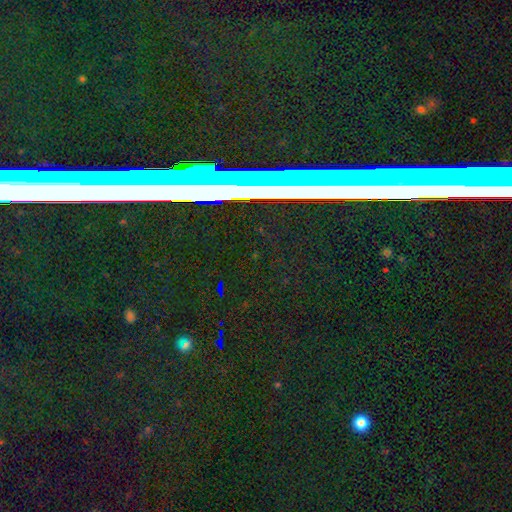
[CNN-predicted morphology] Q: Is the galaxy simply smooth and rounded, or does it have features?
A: star or artifact — 73%.